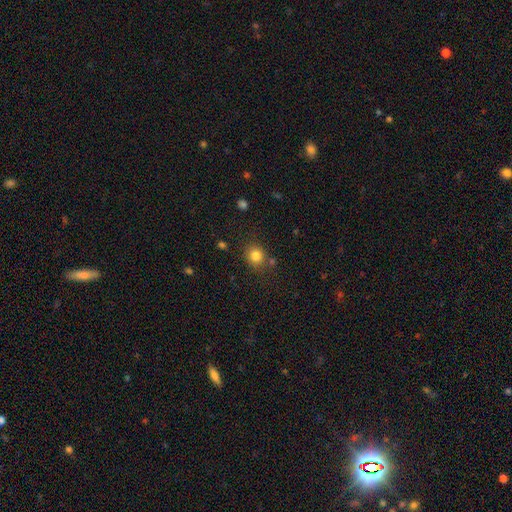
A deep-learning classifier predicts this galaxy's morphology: Smooth or featured? Predicted: smooth (p=0.82). How rounded? Predicted: round (p=0.78). Merging? Predicted: none (p=0.76).